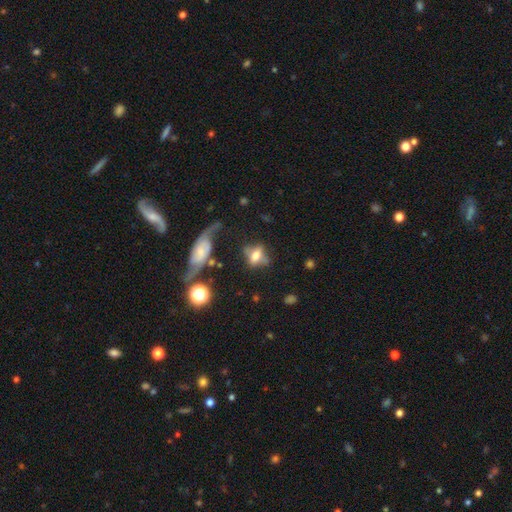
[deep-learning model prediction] smooth 51%, featured or disk 37%, star or artifact 12%. Down the decision tree: how rounded — in between (63%); merging — none (49%).